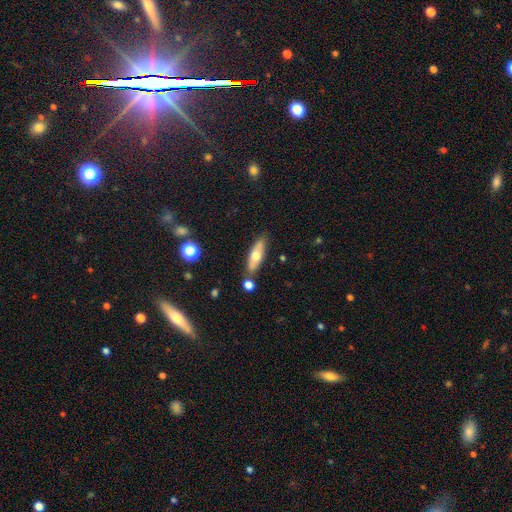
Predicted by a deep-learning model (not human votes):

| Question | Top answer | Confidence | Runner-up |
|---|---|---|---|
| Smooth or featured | smooth | 55% | featured or disk (39%) |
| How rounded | in between | 50% | cigar-shaped (47%) |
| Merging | none | 77% | minor disturbance (13%) |